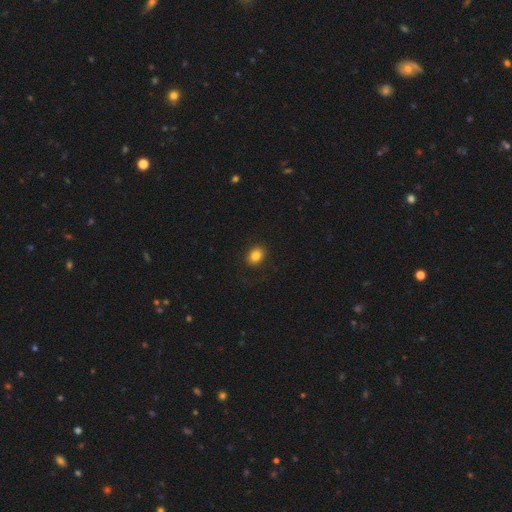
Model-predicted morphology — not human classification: This appears to be a smooth galaxy with no disk features (84%) that is in between round and cigar-shaped (57%). Merging: none (88%).